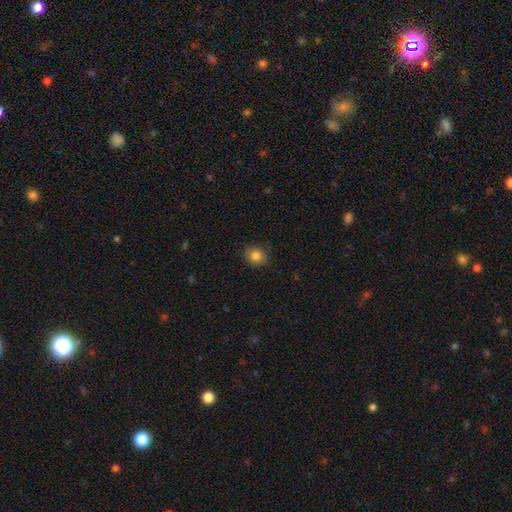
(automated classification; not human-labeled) A smooth galaxy with no disk features (83%) that is round (77%).

Vote fractions:
- Smooth or featured? smooth: 83% / star or artifact: 11% / featured or disk: 6%
- How rounded? round: 77% / in between: 22% / cigar-shaped: 1%
- Merging? none: 85% / minor disturbance: 12% / major disturbance: 3% / merger: 1%